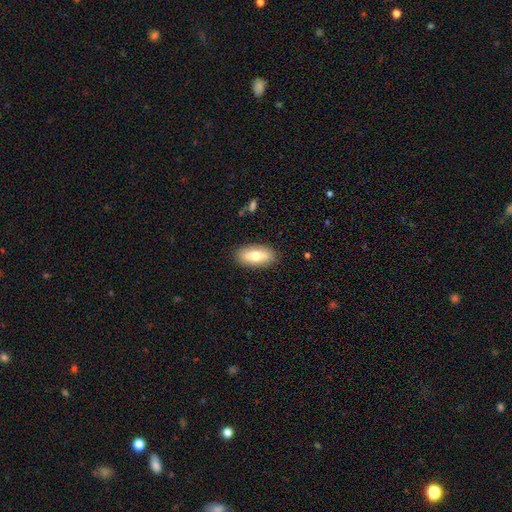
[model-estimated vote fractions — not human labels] smooth 70%, featured or disk 24%, star or artifact 6%. Down the decision tree: how rounded — in between (87%); merging — none (87%).